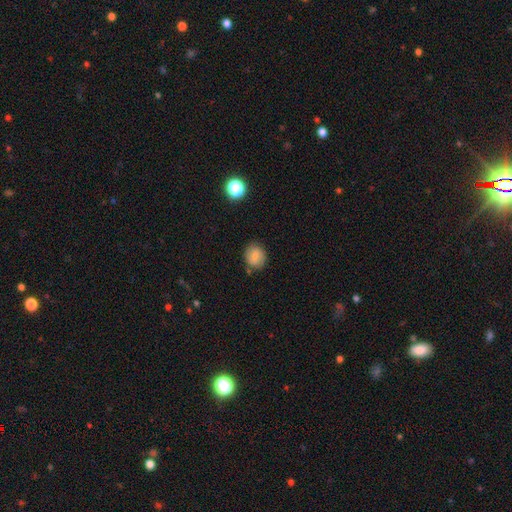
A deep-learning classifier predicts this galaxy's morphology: This appears to be a smooth galaxy with no disk features (77%) that is round (66%). Merging: none (79%).